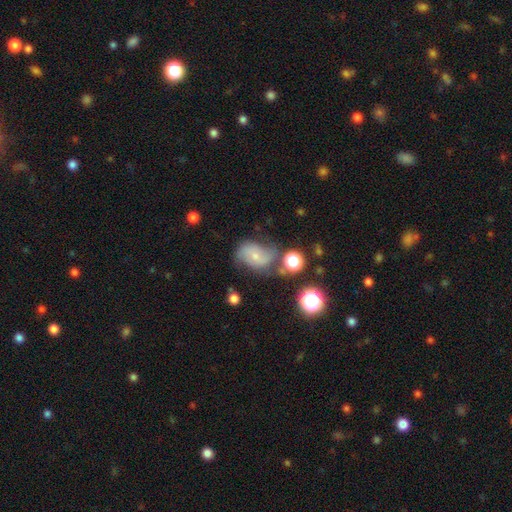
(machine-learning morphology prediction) Smooth or featured: featured or disk — 53% (smooth — 34%)
Edge-on disk: no — 96% (yes — 4%)
Bar: no — 64% (weak — 28%)
Spiral arms: yes — 83% (no — 17%)
Bulge size: small — 66% (moderate — 28%)
Merging: none — 48% (minor disturbance — 27%)